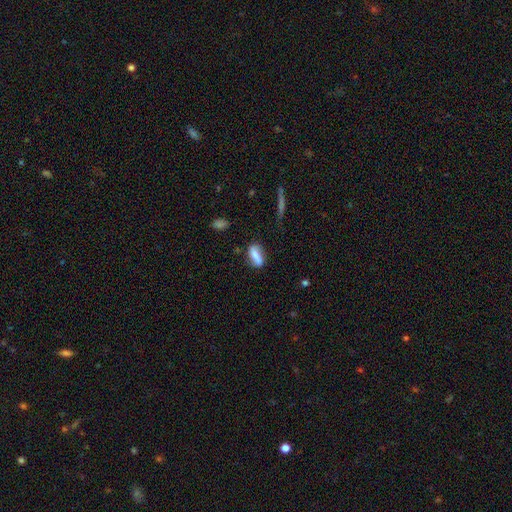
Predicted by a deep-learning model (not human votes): Overall: smooth (67%). How rounded: in between (69%). Merging: none (71%).